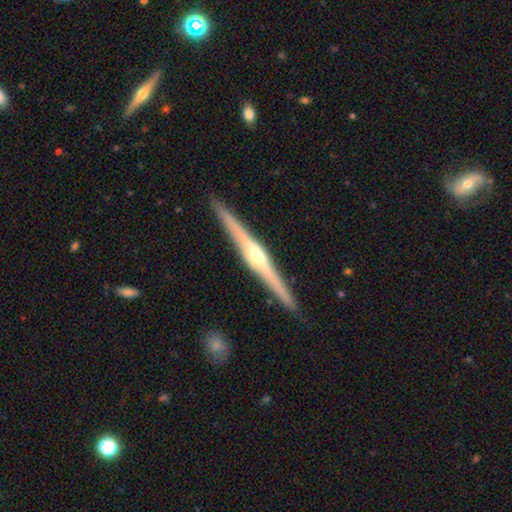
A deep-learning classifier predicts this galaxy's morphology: Overall: featured or disk (84%). Edge-on disk: yes (99%). Edge-on bulge: rounded (88%). Merging: none (92%).